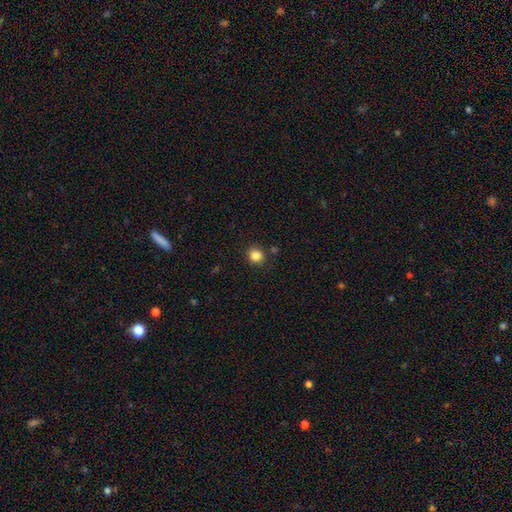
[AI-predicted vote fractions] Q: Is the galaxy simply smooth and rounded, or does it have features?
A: smooth — 85%.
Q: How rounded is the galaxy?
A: round — 84%.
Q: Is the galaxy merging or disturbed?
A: none — 84%.